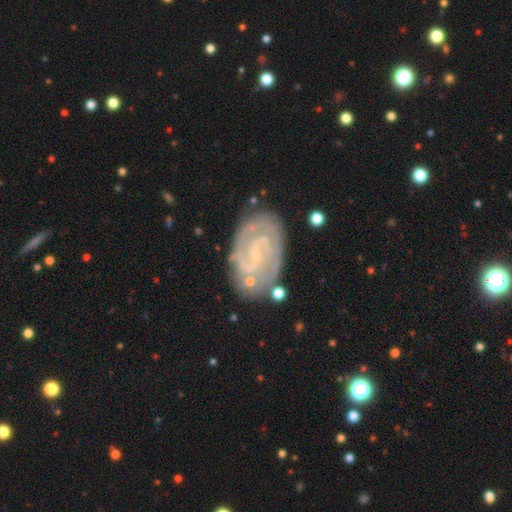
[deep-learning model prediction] Morphology: type=featured or disk (86%); edge-on=no (97%); bar=weak (48%); spiral arms=yes (97%); winding=tight (60%); arm count=2 (69%); bulge=small (65%); merging=none (76%).